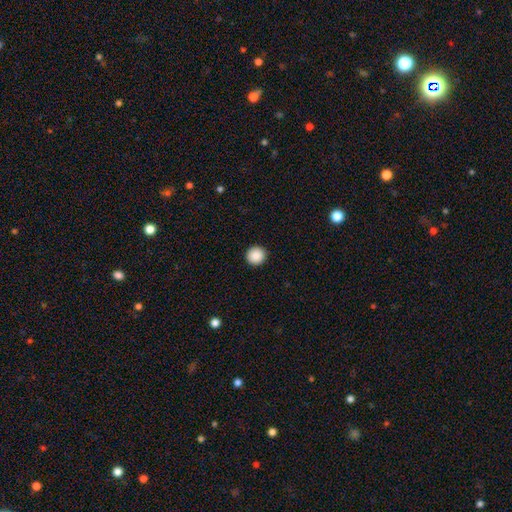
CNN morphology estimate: smooth-or-featured: smooth: 89% | star or artifact: 8% | featured or disk: 3%
  how-rounded: round: 95% | in between: 4% | cigar-shaped: 1%
  merging: none: 93% | minor disturbance: 4% | major disturbance: 2% | merger: 1%